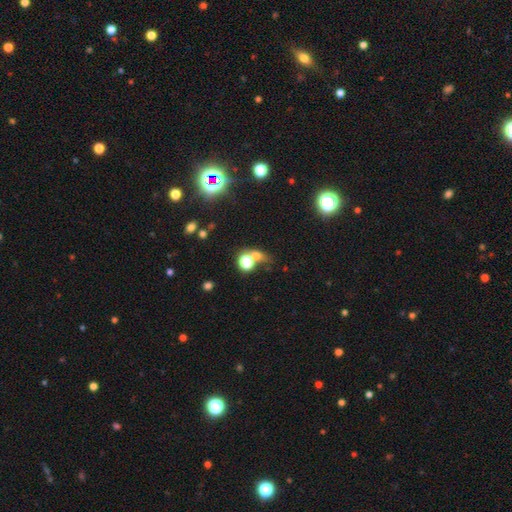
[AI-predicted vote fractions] Overall: smooth (60%; star or artifact 28%). How rounded: round (59%; in between 37%). Merging: none (45%; merger 37%).